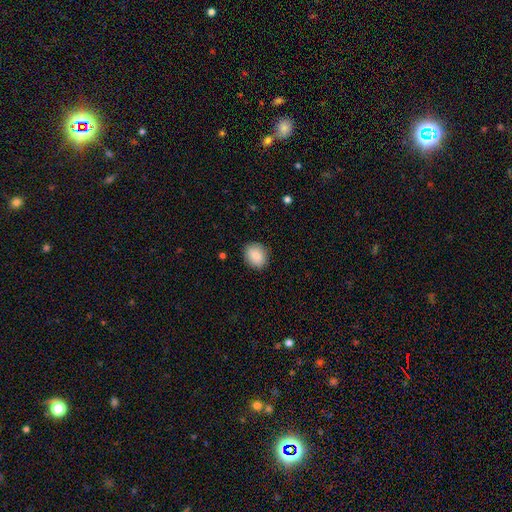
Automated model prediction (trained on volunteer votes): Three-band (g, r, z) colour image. It shows a smooth galaxy with no disk features (88%) that is round (57%). Merging: none (86%).